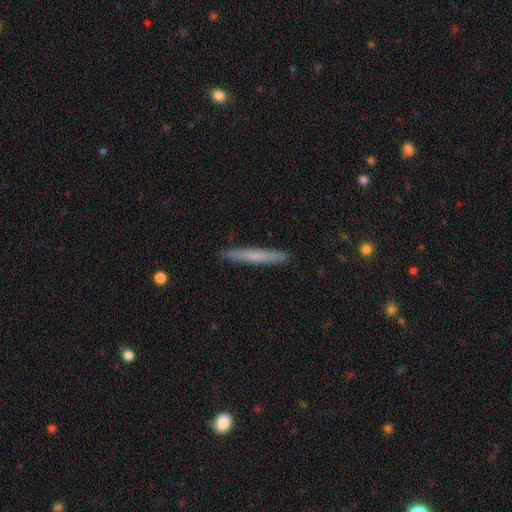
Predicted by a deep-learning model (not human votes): smooth-or-featured: smooth: 67% | featured or disk: 28% | star or artifact: 6%
  how-rounded: cigar-shaped: 97% | in between: 2% | round: 1%
  merging: none: 92% | minor disturbance: 6% | major disturbance: 1% | merger: 1%